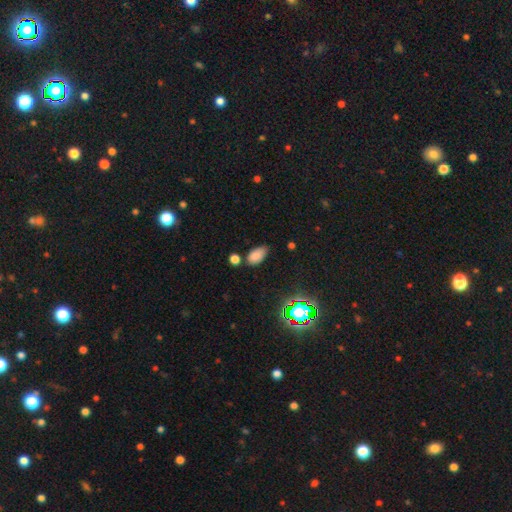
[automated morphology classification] The model was most divided on "merging": none: 65%, minor disturbance: 22%, merger: 8%, major disturbance: 5%. More confident: how rounded — in between (92%); smooth or featured — smooth (80%).